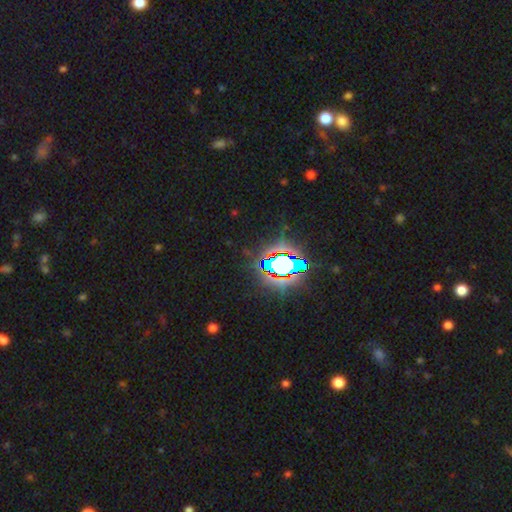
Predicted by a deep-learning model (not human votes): smooth_or_featured: star or artifact (p=0.80) [alt: smooth p=0.12]